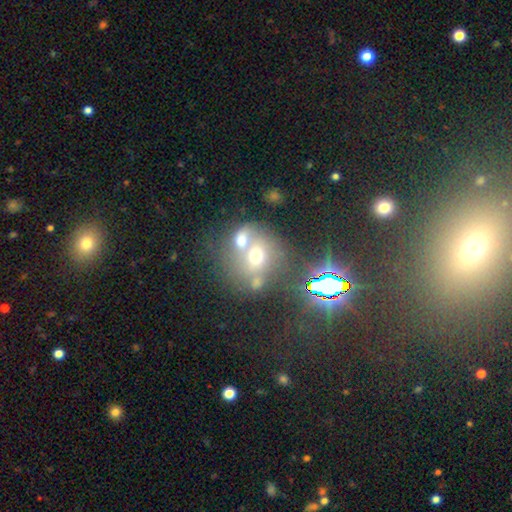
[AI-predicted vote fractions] A smooth galaxy with no disk features (51%) that is round (72%). Merging: merger (56%).